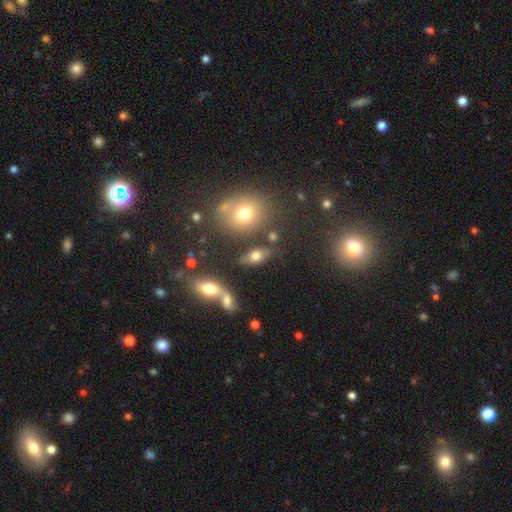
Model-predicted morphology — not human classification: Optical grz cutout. It shows a smooth galaxy with no disk features (64%) that is in between round and cigar-shaped (76%). Merging: none (71%).